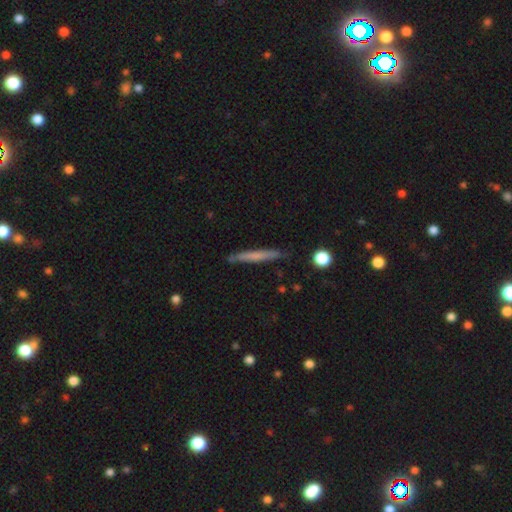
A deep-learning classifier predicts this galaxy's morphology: smooth_or_featured: smooth (p=0.60) [alt: featured or disk p=0.33]
how_rounded: cigar-shaped (p=0.95) [alt: in between p=0.03]
merging: none (p=0.85) [alt: minor disturbance p=0.11]